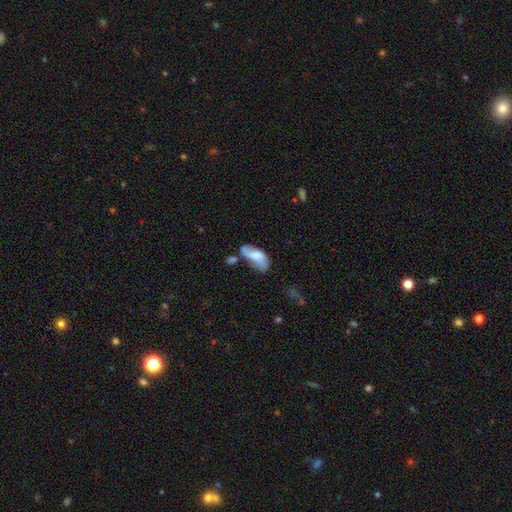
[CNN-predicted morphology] smooth-or-featured: smooth: 60% | featured or disk: 32% | star or artifact: 8%
  how-rounded: in between: 88% | cigar-shaped: 10% | round: 3%
  merging: none: 34% | minor disturbance: 31% | major disturbance: 18% | merger: 17%